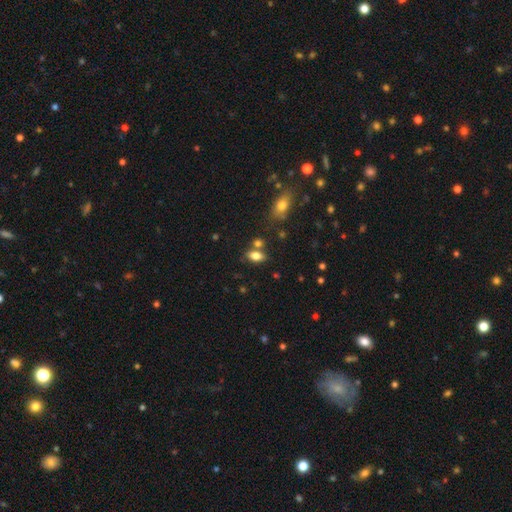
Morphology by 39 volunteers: Q: Smooth or featured?
A: smooth (87%); runner-up: star or artifact (10%)
Q: How rounded?
A: in between (82%); runner-up: round (15%)
Q: Merging?
A: none (80%); runner-up: merger (11%)